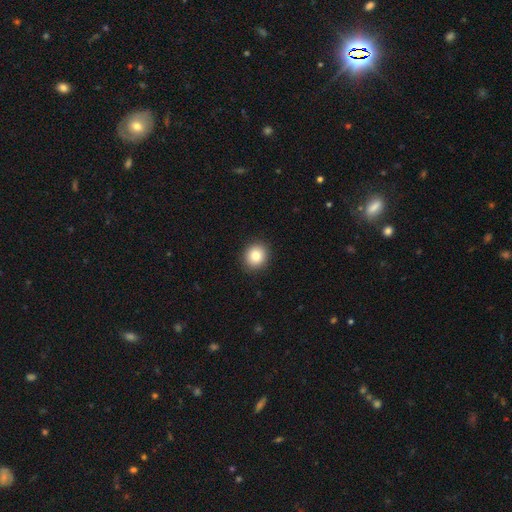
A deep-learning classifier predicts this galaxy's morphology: The model was most divided on "how rounded": round: 82%, in between: 17%, cigar-shaped: 1%. More confident: merging — none (91%); smooth or featured — smooth (83%).